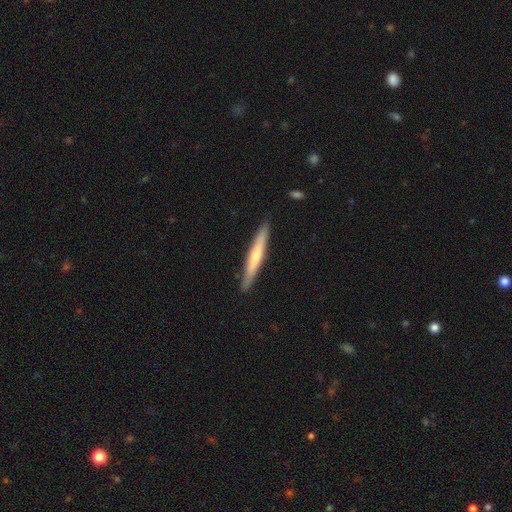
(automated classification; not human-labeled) smooth-or-featured: smooth: 48% | featured or disk: 47% | star or artifact: 5%
  merging: none: 90% | minor disturbance: 7% | major disturbance: 1% | merger: 1%